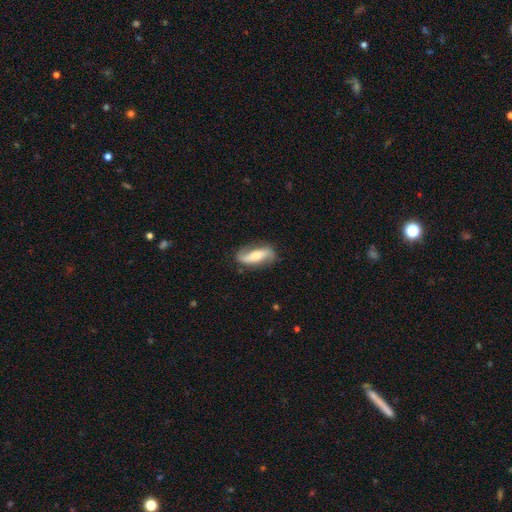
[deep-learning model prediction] smooth_or_featured: featured or disk (p=0.70) [alt: smooth p=0.25]
disk_edge_on: no (p=0.84) [alt: yes p=0.16]
bar: strong (p=0.43) [alt: no p=0.34]
has_spiral_arms: yes (p=0.86) [alt: no p=0.14]
spiral_winding: loose (p=0.64) [alt: medium p=0.24]
spiral_arm_count: 2 (p=0.90) [alt: can't tell p=0.04]
bulge_size: moderate (p=0.59) [alt: small p=0.30]
merging: none (p=0.81) [alt: minor disturbance p=0.14]